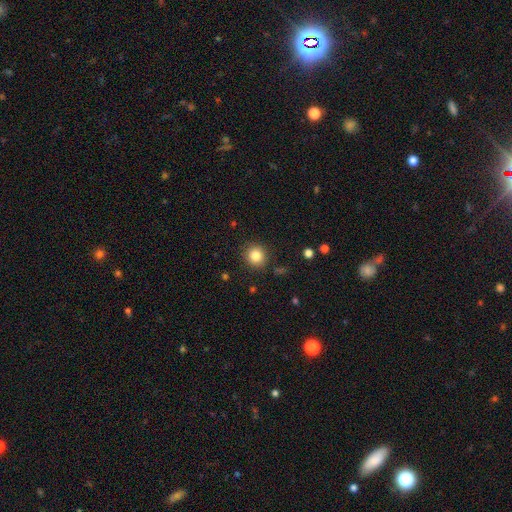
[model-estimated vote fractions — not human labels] This is clearly a smooth galaxy (83%). How rounded: clearly round (91%). Merging: clearly none (89%).